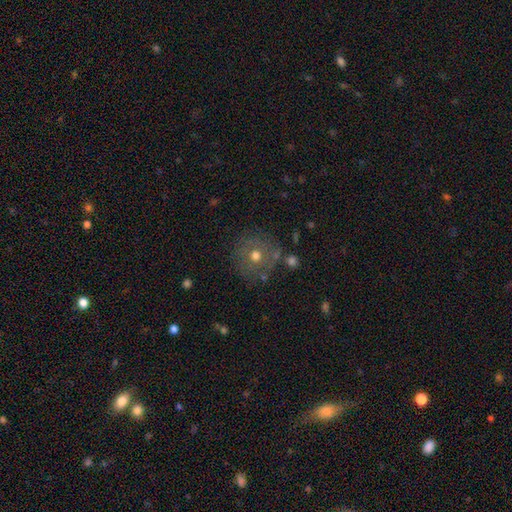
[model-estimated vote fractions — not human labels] Smooth or featured? smooth (54%)
How rounded? round (92%)
Merging? none (78%)